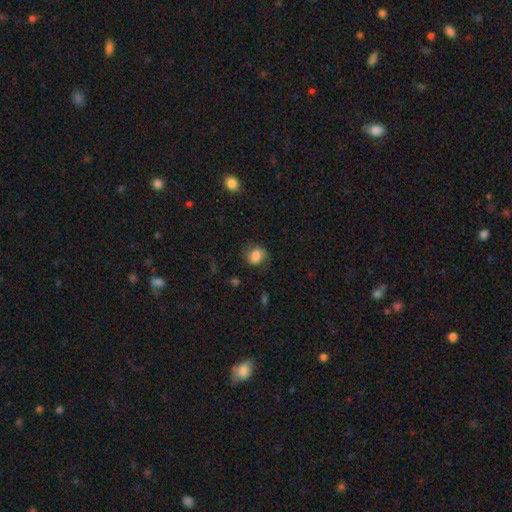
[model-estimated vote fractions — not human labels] This is clearly a smooth galaxy (81%). How rounded: possibly round (56%). Merging: likely none (68%).